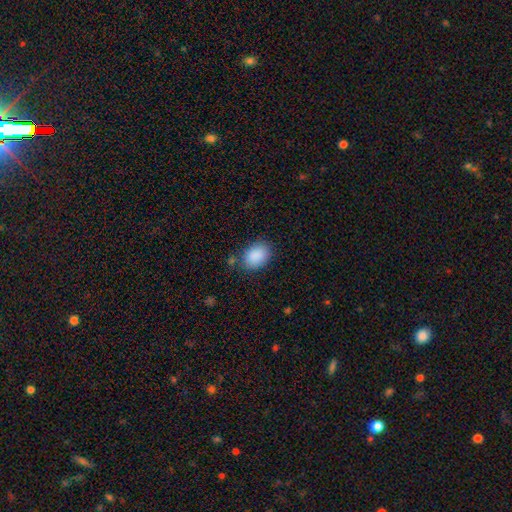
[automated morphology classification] type=smooth (89%); roundness=in between (78%); merging=none (79%).